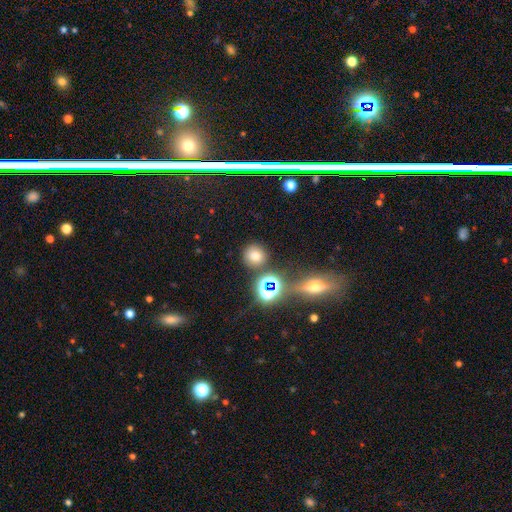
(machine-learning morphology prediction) This is likely a smooth galaxy (66%). How rounded: clearly round (91%). Merging: clearly none (84%).